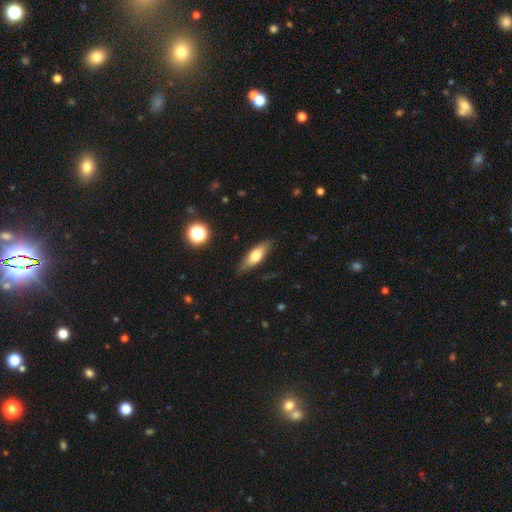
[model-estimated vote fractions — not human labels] Q: Smooth or featured?
A: smooth (67%); runner-up: featured or disk (26%)
Q: How rounded?
A: in between (62%); runner-up: cigar-shaped (35%)
Q: Merging?
A: none (85%); runner-up: minor disturbance (11%)